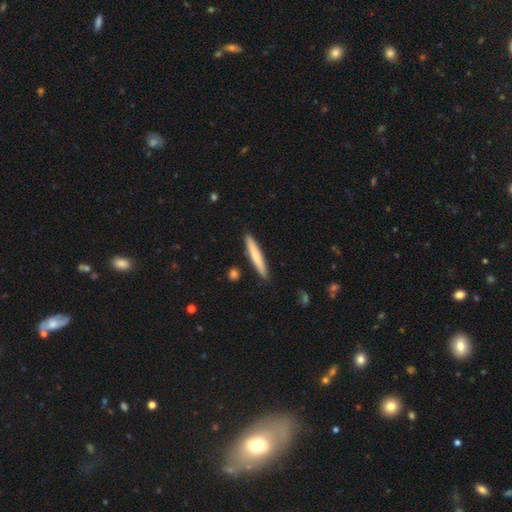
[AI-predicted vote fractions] A smooth galaxy with no disk features (69%) that is cigar-shaped (95%).

Vote fractions:
- Smooth or featured? smooth: 69% / featured or disk: 26% / star or artifact: 5%
- How rounded? cigar-shaped: 95% / in between: 4% / round: 1%
- Merging? none: 90% / minor disturbance: 7% / merger: 2% / major disturbance: 1%